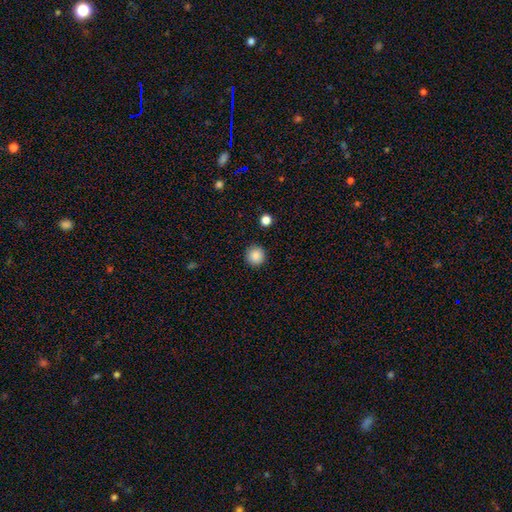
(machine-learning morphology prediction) This appears to be a smooth galaxy with no disk features (87%) that is round (96%). Merging: none (92%).